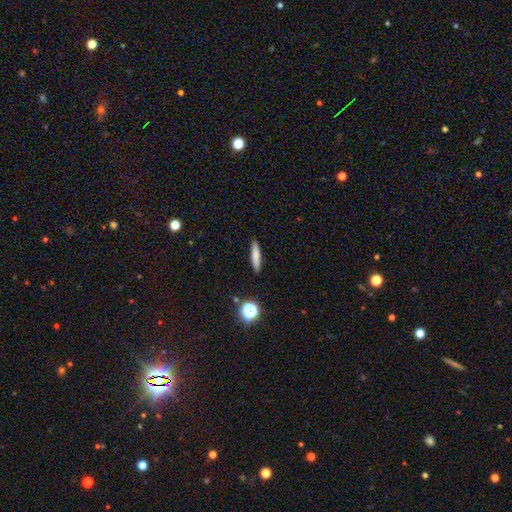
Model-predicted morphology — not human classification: Smooth or featured: smooth — 73% (featured or disk — 17%)
How rounded: cigar-shaped — 85% (in between — 12%)
Merging: none — 90% (minor disturbance — 7%)